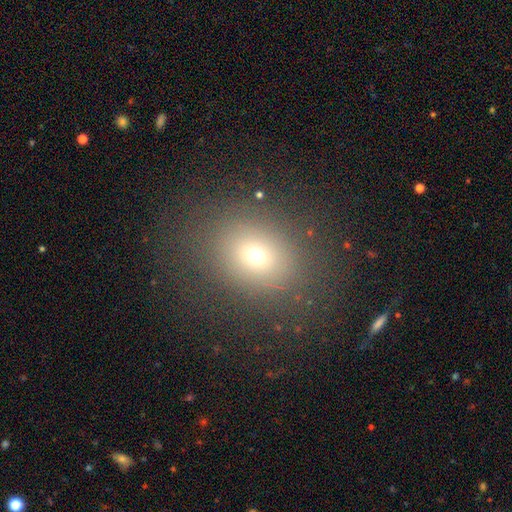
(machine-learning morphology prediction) This appears to be a smooth galaxy with no disk features (66%) that is round (53%). Merging: none (81%).